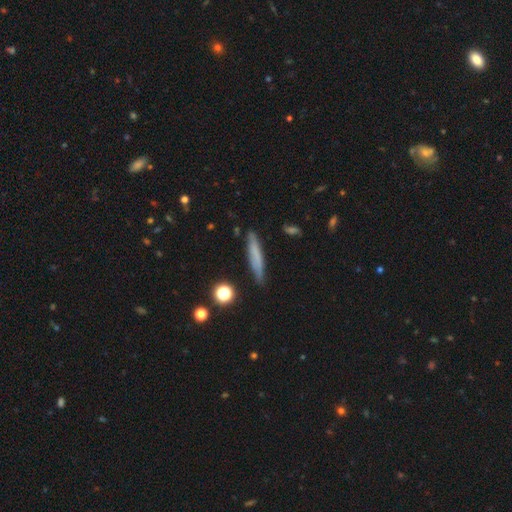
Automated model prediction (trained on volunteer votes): Q: Smooth or featured?
A: smooth (64%); runner-up: featured or disk (27%)
Q: How rounded?
A: cigar-shaped (92%); runner-up: in between (6%)
Q: Merging?
A: none (84%); runner-up: minor disturbance (11%)